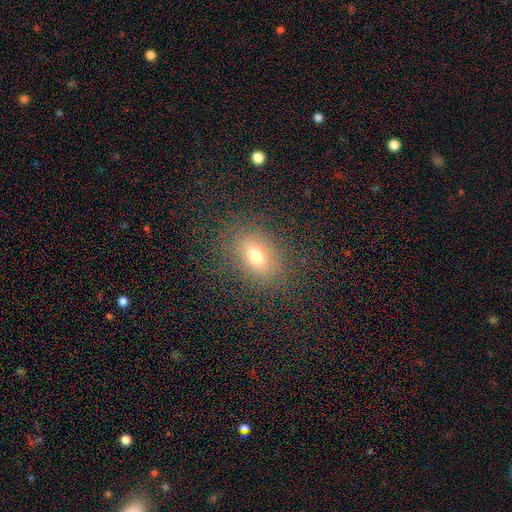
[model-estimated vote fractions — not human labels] Smooth or featured? smooth (69%)
How rounded? in between (74%)
Merging? none (83%)